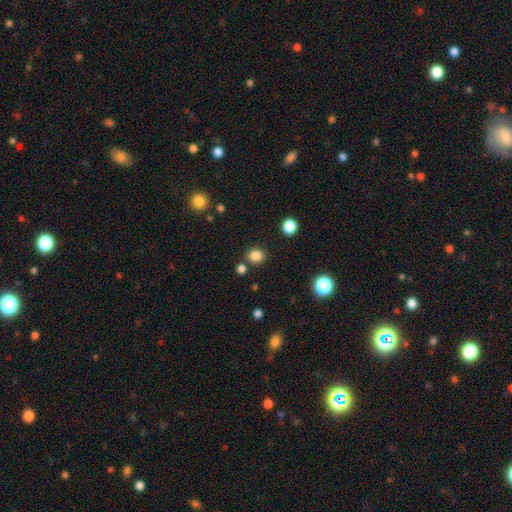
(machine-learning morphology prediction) This is clearly a smooth galaxy (84%). How rounded: likely round (72%). Merging: clearly none (82%).